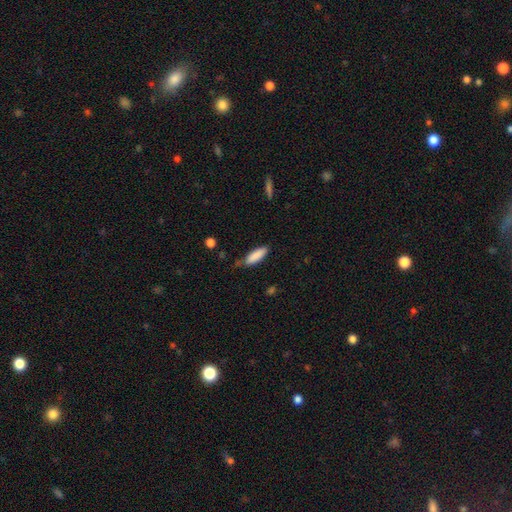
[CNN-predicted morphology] The model was most divided on "how rounded": in between: 53%, cigar-shaped: 45%, round: 2%. More confident: smooth or featured — smooth (87%); merging — none (69%).